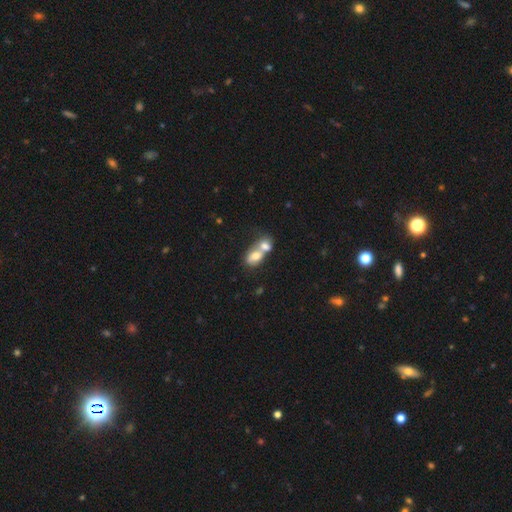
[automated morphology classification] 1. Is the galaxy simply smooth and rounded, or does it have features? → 72% smooth, 20% featured or disk, 8% star or artifact.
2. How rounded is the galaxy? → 75% in between, 23% round, 3% cigar-shaped.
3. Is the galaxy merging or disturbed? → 77% merger, 14% none, 5% minor disturbance, 3% major disturbance.